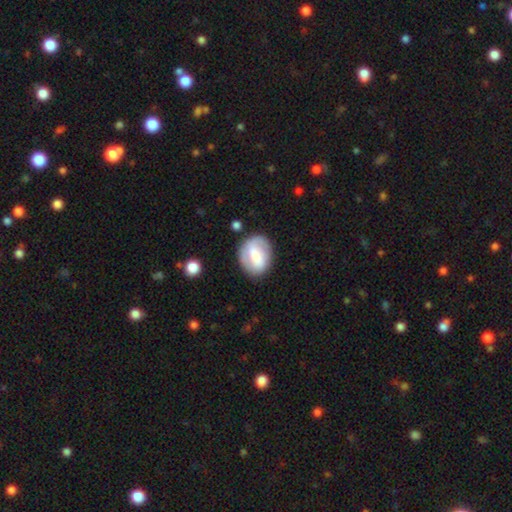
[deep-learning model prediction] A smooth galaxy with no disk features (56%) that is in between round and cigar-shaped (59%). Merging: none (70%).